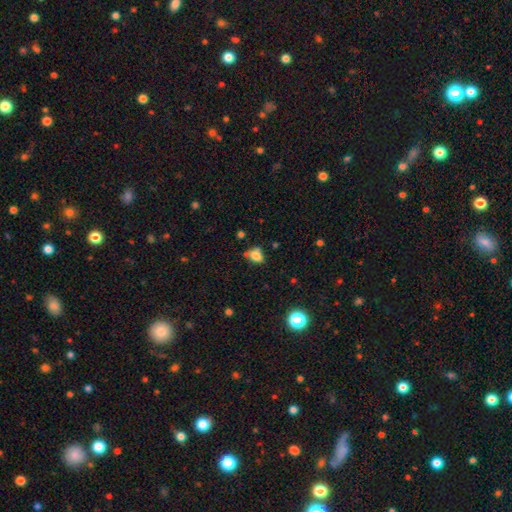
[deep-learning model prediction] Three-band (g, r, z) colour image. It shows a smooth galaxy with no disk features (73%) that is in between round and cigar-shaped (70%). Merging: none (44%).